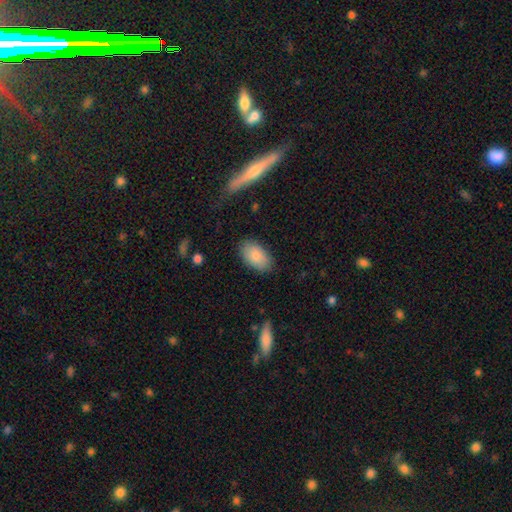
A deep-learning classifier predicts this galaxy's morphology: Q: Smooth or featured?
A: smooth (87%); runner-up: featured or disk (7%)
Q: How rounded?
A: in between (94%); runner-up: round (5%)
Q: Merging?
A: none (84%); runner-up: minor disturbance (12%)